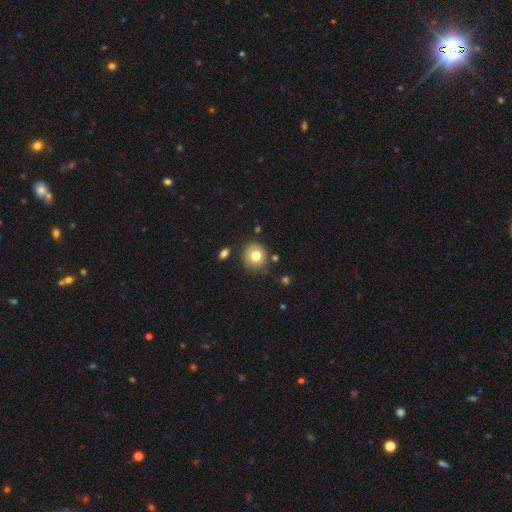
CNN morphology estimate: Smooth or featured? smooth (76%)
How rounded? round (83%)
Merging? none (82%)